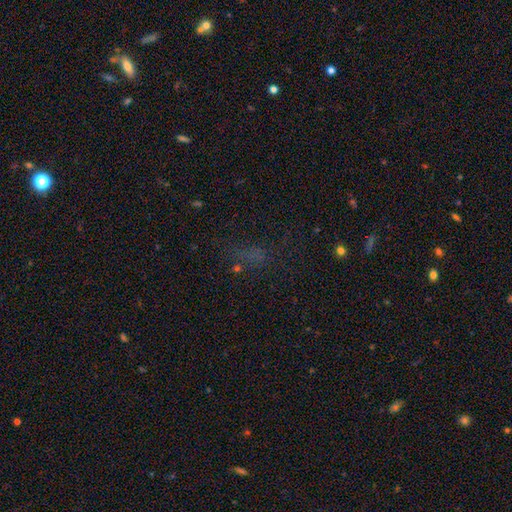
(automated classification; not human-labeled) Q: Smooth or featured?
A: star or artifact (50%); runner-up: smooth (35%)